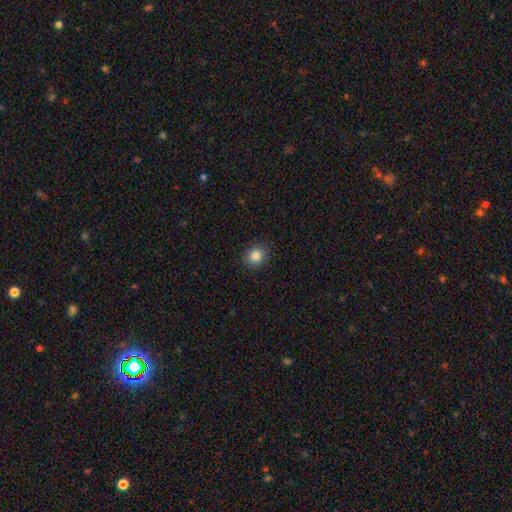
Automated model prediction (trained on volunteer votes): Overall: smooth (85%). How rounded: round (64%; in between 36%). Merging: none (89%).